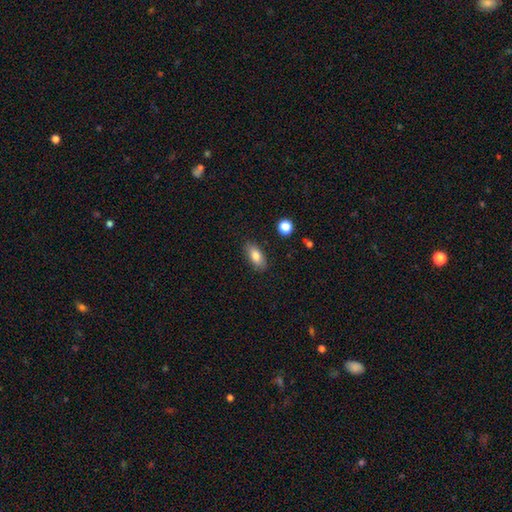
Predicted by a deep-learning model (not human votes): Smooth or featured?
  - smooth: 80% *
  - featured or disk: 12%
  - star or artifact: 8%
How rounded?
  - in between: 86% *
  - cigar-shaped: 10%
  - round: 4%
Merging?
  - none: 86% *
  - minor disturbance: 10%
  - major disturbance: 2%
  - merger: 1%